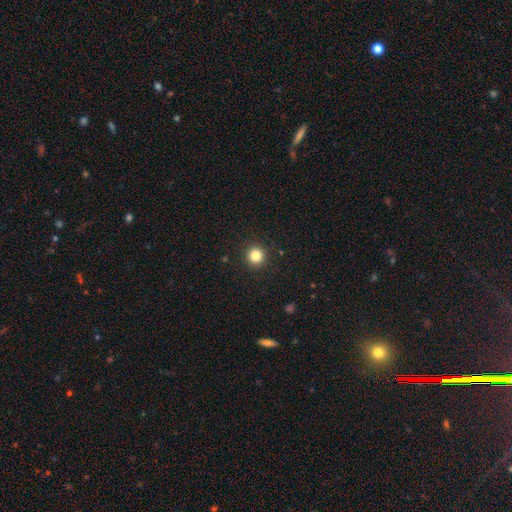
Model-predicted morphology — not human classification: type=smooth (83%); roundness=round (95%); merging=none (92%).